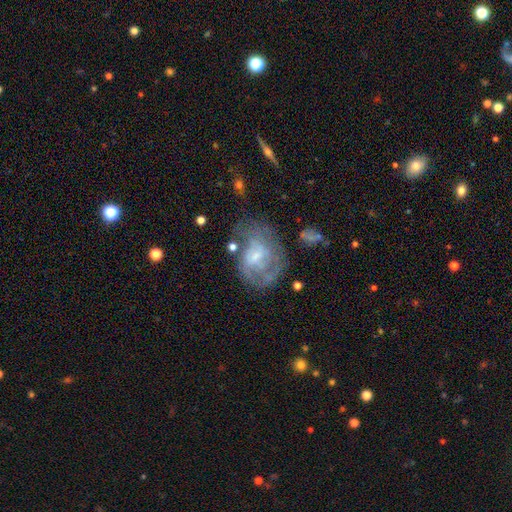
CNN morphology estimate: smooth-or-featured: featured or disk: 70% | smooth: 21% | star or artifact: 9%
  disk-edge-on: no: 97% | yes: 3%
    bar: no: 46% | weak: 45% | strong: 9%
    has-spiral-arms: yes: 72% | no: 28%
    bulge-size: small: 53% | moderate: 32% | none: 11% | large: 3% | dominant: 1%
  merging: none: 51% | minor disturbance: 23% | major disturbance: 20% | merger: 5%